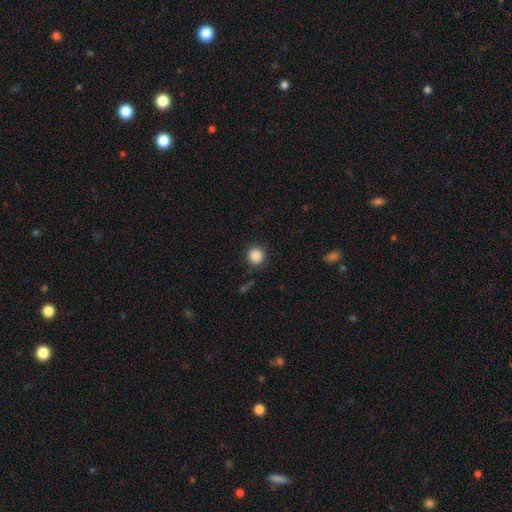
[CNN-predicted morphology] smooth_or_featured: smooth (p=0.87) [alt: star or artifact p=0.10]
how_rounded: round (p=0.93) [alt: in between p=0.06]
merging: none (p=0.88) [alt: minor disturbance p=0.08]